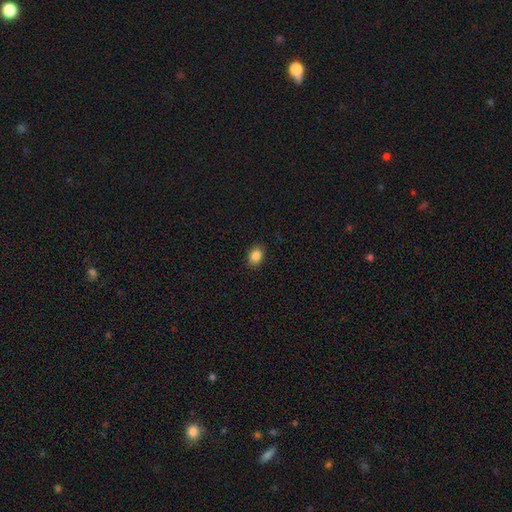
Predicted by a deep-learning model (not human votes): Q: Smooth or featured?
A: smooth (85%); runner-up: star or artifact (10%)
Q: How rounded?
A: in between (66%); runner-up: round (33%)
Q: Merging?
A: none (89%); runner-up: minor disturbance (8%)